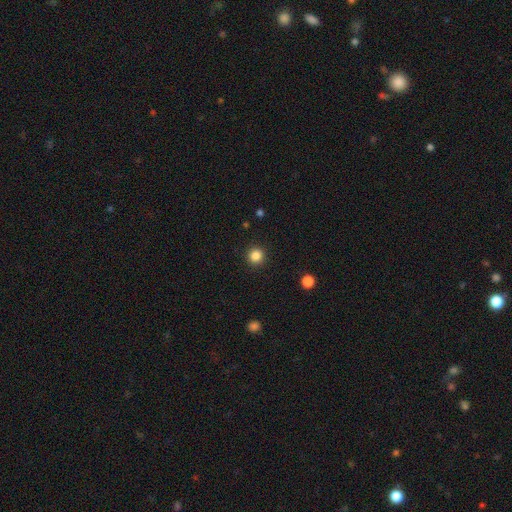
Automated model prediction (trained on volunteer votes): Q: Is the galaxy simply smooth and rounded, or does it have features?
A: smooth — 85%.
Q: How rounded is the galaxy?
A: round — 95%.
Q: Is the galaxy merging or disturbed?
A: none — 93%.